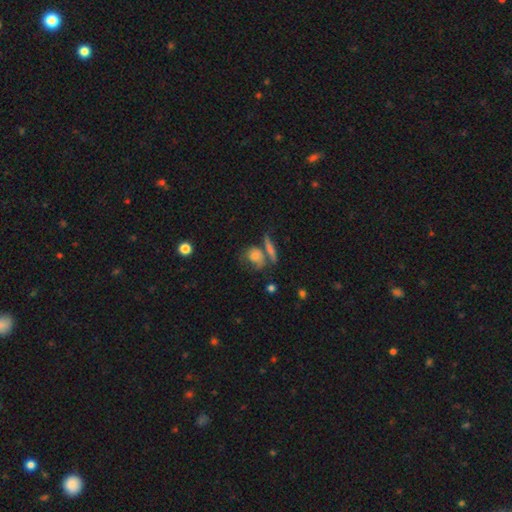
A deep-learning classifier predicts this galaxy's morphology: Smooth or featured? smooth (67%)
How rounded? round (50%)
Merging? none (45%)